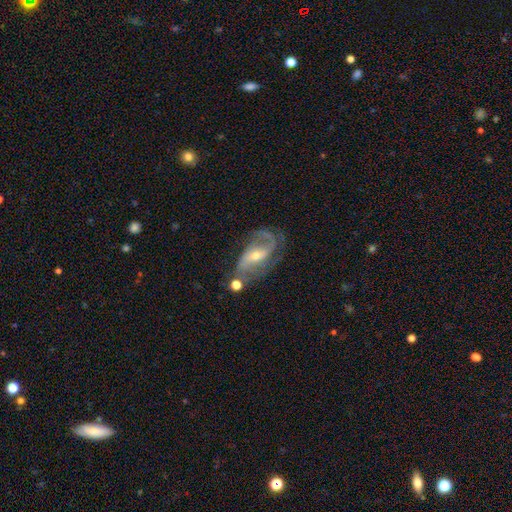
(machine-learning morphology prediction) Smooth or featured?
  - featured or disk: 83% *
  - smooth: 10%
  - star or artifact: 7%
Edge-on disk?
  - no: 95% *
  - yes: 5%
Bar?
  - weak: 41% *
  - no: 34%
  - strong: 25%
Spiral arms?
  - yes: 93% *
  - no: 7%
Spiral winding?
  - medium: 44% *
  - loose: 35%
  - tight: 20%
Spiral arm count?
  - 2: 63% *
  - can't tell: 12%
  - 1: 12%
  - 3: 9%
  - 4: 2%
  - more than 4: 2%
Bulge size?
  - small: 52% *
  - moderate: 44%
  - large: 2%
  - none: 1%
  - dominant: 1%
Merging?
  - none: 54% *
  - minor disturbance: 22%
  - major disturbance: 17%
  - merger: 7%